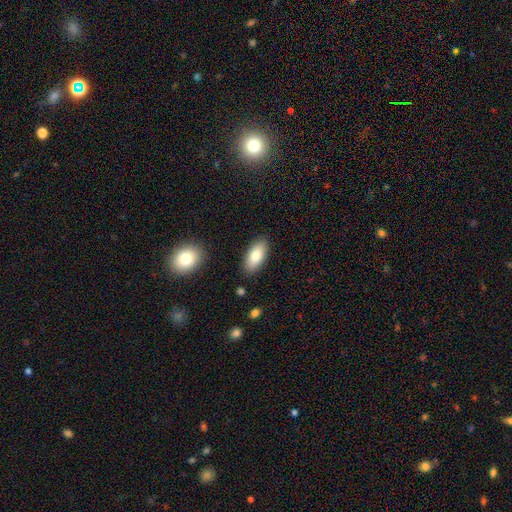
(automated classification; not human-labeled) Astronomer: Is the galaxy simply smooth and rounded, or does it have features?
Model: smooth — 80%.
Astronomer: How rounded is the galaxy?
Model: in between — 90%.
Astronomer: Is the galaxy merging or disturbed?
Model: none — 87%.